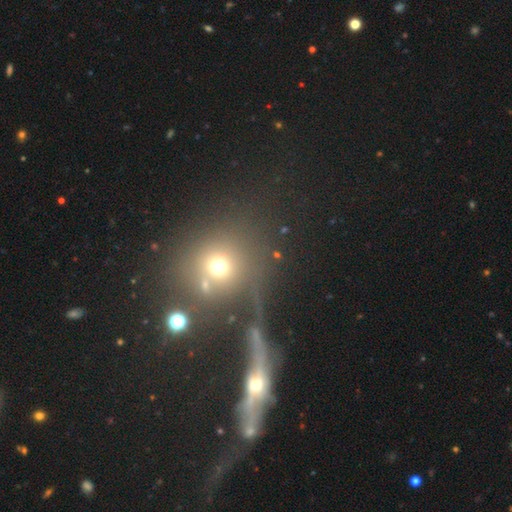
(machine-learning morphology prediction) This appears to be a smooth galaxy with no disk features (47%). Merging: none (50%).